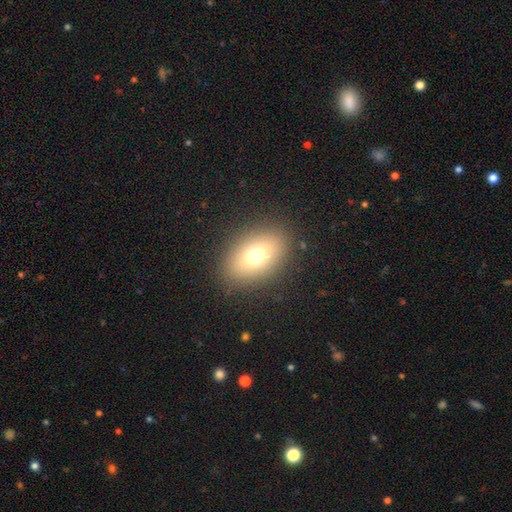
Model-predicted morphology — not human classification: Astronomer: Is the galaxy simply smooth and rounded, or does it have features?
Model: smooth — 71%.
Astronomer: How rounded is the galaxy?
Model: in between — 77%.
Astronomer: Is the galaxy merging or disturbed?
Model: none — 86%.